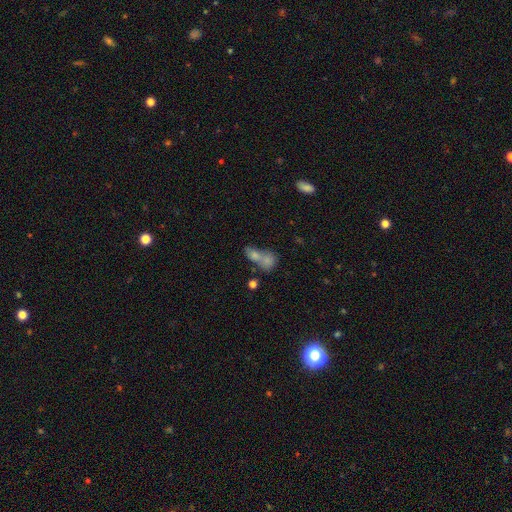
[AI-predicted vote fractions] Smooth or featured? Predicted: smooth (p=0.62). How rounded? Predicted: in between (p=0.60). Merging? Predicted: merger (p=0.59).